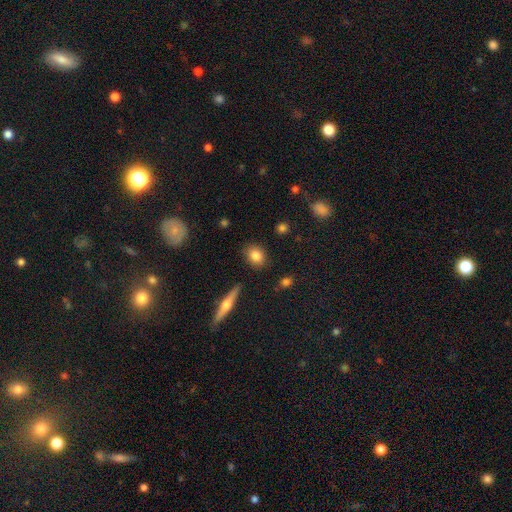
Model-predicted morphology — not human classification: smooth 82%, featured or disk 10%, star or artifact 8%. Down the decision tree: how rounded — round (55%); merging — none (88%).